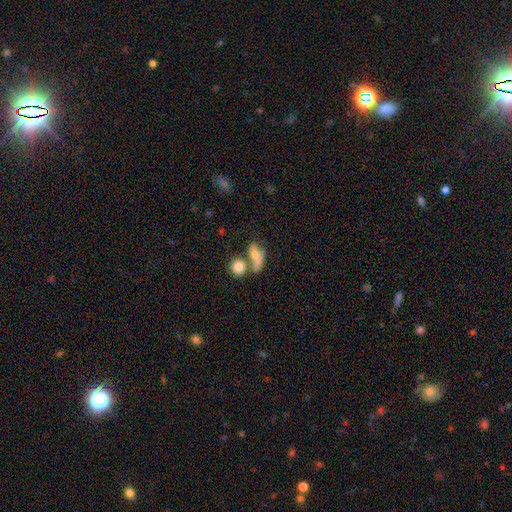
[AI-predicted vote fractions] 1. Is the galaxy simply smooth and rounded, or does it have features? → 65% smooth, 25% featured or disk, 10% star or artifact.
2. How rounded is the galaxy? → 59% in between, 24% round, 17% cigar-shaped.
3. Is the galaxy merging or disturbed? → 42% merger, 33% none, 14% minor disturbance, 11% major disturbance.